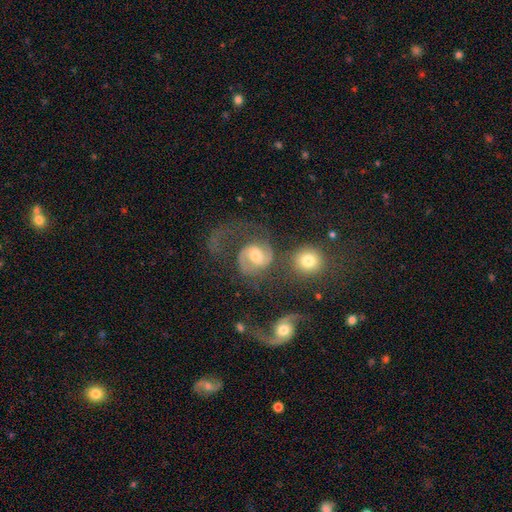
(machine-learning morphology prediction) smooth-or-featured: featured or disk: 80% | smooth: 13% | star or artifact: 7%
  disk-edge-on: no: 98% | yes: 2%
    bar: weak: 46% | no: 39% | strong: 15%
    has-spiral-arms: yes: 94% | no: 6%
      spiral-winding: medium: 50% | loose: 33% | tight: 17%
      spiral-arm-count: 2: 78% | 1: 13% | can't tell: 5% | 3: 2% | 4: 1% | more than 4: 1%
    bulge-size: moderate: 66% | small: 20% | large: 10% | none: 2% | dominant: 1%
  merging: none: 38% | major disturbance: 29% | merger: 18% | minor disturbance: 15%